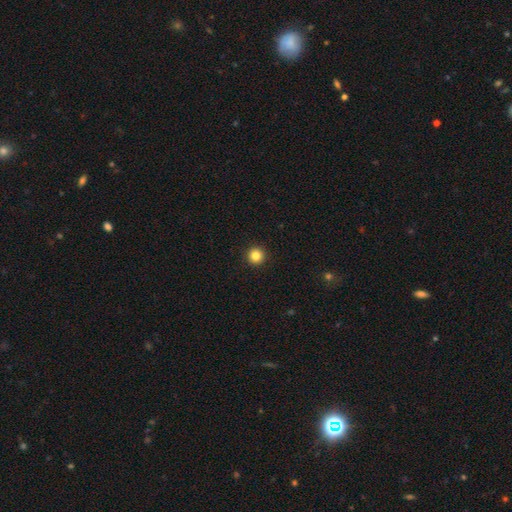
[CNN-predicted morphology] Q: Smooth or featured?
A: smooth (84%); runner-up: star or artifact (12%)
Q: How rounded?
A: round (96%); runner-up: in between (3%)
Q: Merging?
A: none (93%); runner-up: minor disturbance (4%)